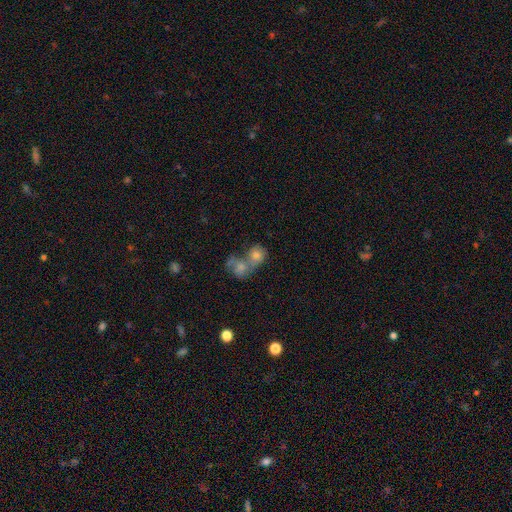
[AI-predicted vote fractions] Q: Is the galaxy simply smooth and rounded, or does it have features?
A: smooth — 58%.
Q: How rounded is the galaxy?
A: round — 68%.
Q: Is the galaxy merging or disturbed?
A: merger — 65%.